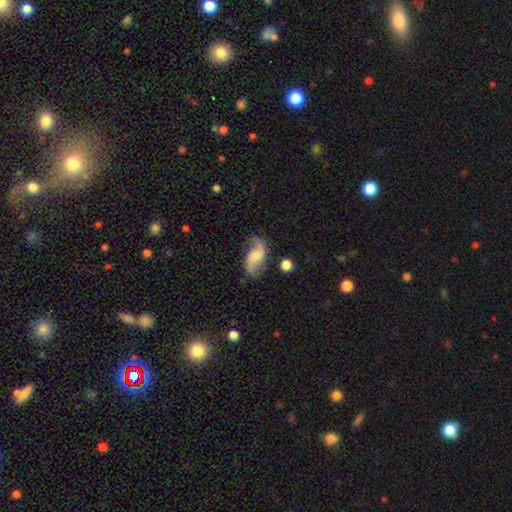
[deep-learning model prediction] This appears to be a featured or disk galaxy (77%) with no bar (50%), 2 (90%) loose (72%) spiral arms (95%) and a small central bulge (35%). Merging: none (69%).